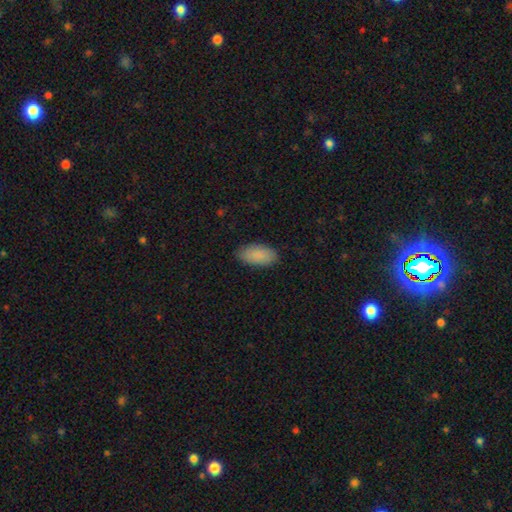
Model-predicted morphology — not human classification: A smooth galaxy with no disk features (90%) that is in between round and cigar-shaped (94%).

Vote fractions:
- Smooth or featured? smooth: 90% / star or artifact: 6% / featured or disk: 4%
- How rounded? in between: 94% / cigar-shaped: 4% / round: 2%
- Merging? none: 86% / minor disturbance: 11% / major disturbance: 2% / merger: 1%